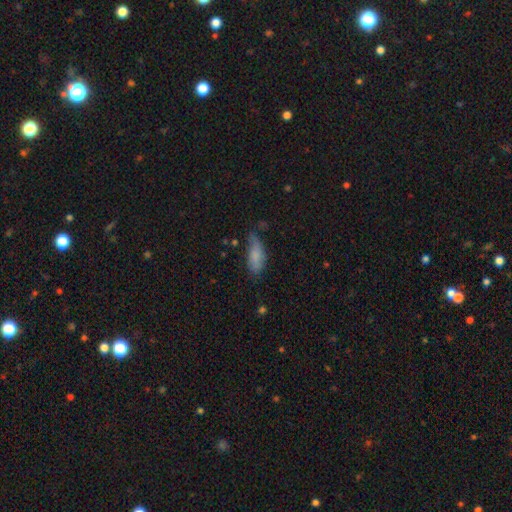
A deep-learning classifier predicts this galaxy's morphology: Smooth or featured? smooth (77%)
How rounded? in between (74%)
Merging? none (54%)